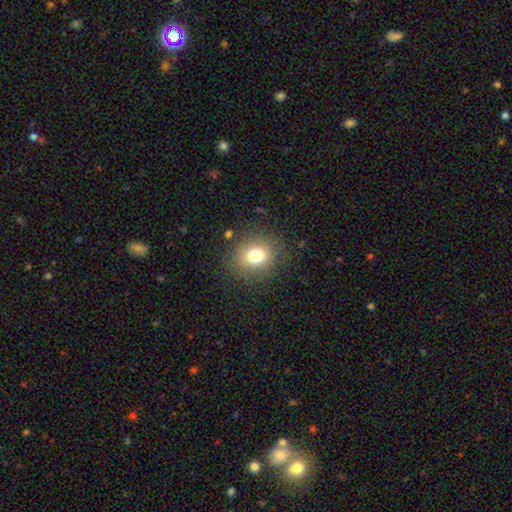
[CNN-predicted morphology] type=smooth (76%); roundness=round (65%); merging=none (85%).